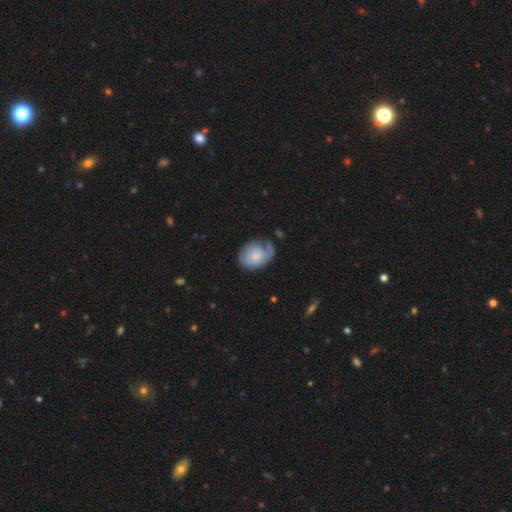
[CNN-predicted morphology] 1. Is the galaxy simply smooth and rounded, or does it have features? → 55% smooth, 39% featured or disk, 6% star or artifact.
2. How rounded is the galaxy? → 65% in between, 34% round, 1% cigar-shaped.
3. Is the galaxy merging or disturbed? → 41% none, 33% minor disturbance, 23% major disturbance, 3% merger.